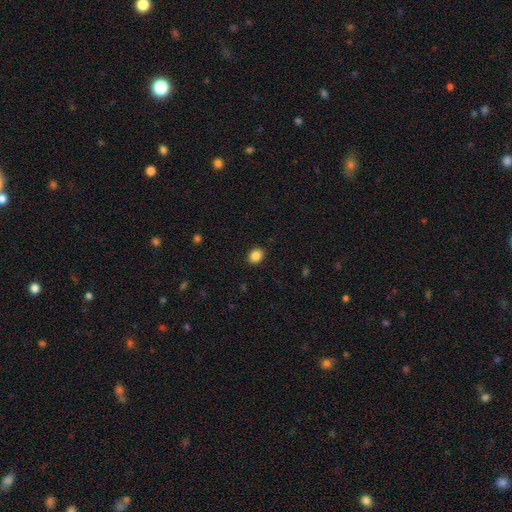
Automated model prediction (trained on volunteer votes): Smooth or featured? smooth (87%)
How rounded? in between (53%)
Merging? none (90%)